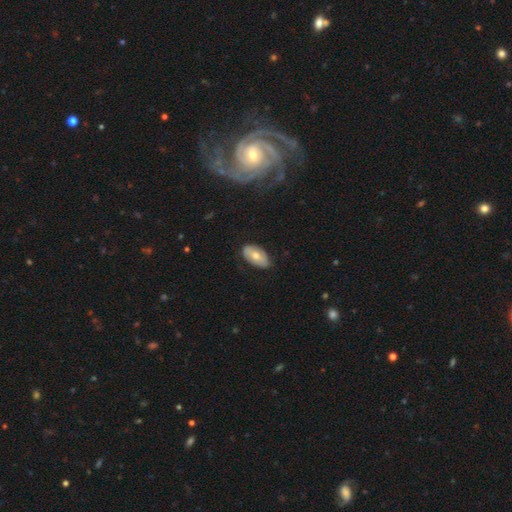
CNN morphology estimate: The model was most divided on "smooth or featured": smooth: 61%, featured or disk: 32%, star or artifact: 7%. More confident: how rounded — in between (93%); merging — none (75%).